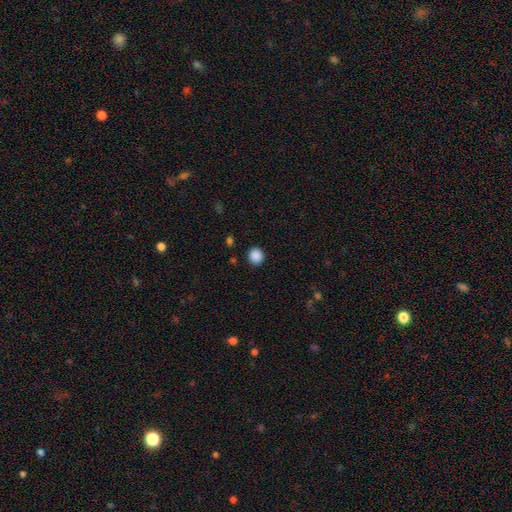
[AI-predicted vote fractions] Smooth or featured? Predicted: smooth (p=0.88). How rounded? Predicted: round (p=0.92). Merging? Predicted: none (p=0.91).